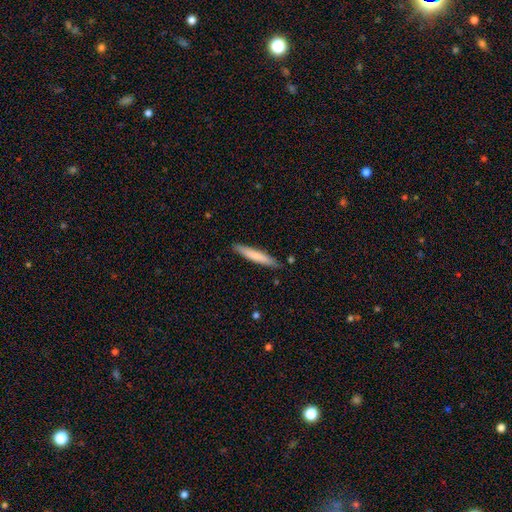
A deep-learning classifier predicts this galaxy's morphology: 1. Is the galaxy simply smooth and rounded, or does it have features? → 74% smooth, 21% featured or disk, 5% star or artifact.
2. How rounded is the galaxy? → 93% cigar-shaped, 6% in between, 1% round.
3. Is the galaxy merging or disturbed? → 88% none, 9% minor disturbance, 2% major disturbance, 1% merger.